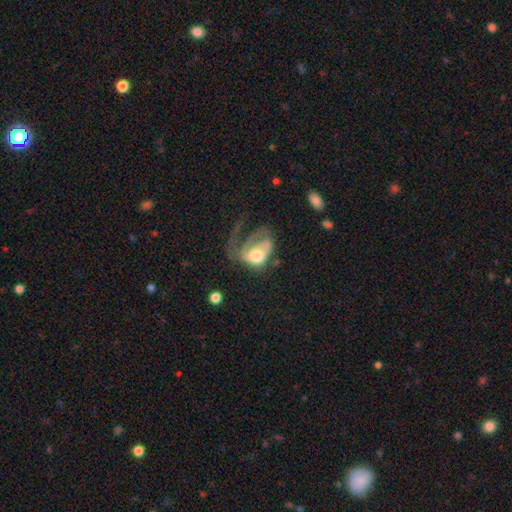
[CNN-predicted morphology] Overall: featured or disk (59%; smooth 34%). Edge-on disk: no (97%). Bar: no (73%). Spiral arms: yes (66%; no 34%). Bulge size: moderate (46%; large 36%). Merging: major disturbance (63%).